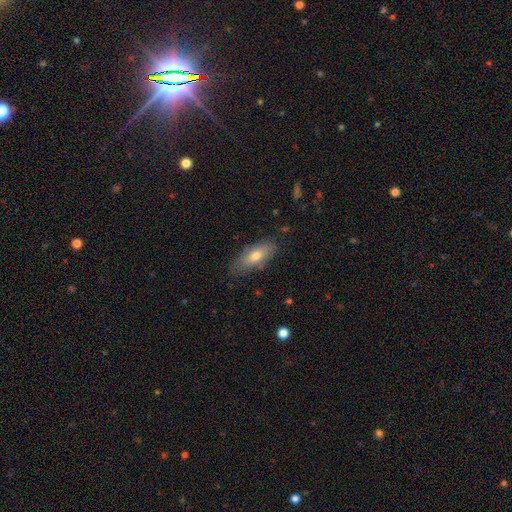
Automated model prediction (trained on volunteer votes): This is likely a smooth galaxy (69%). How rounded: likely in between (78%). Merging: likely none (77%).